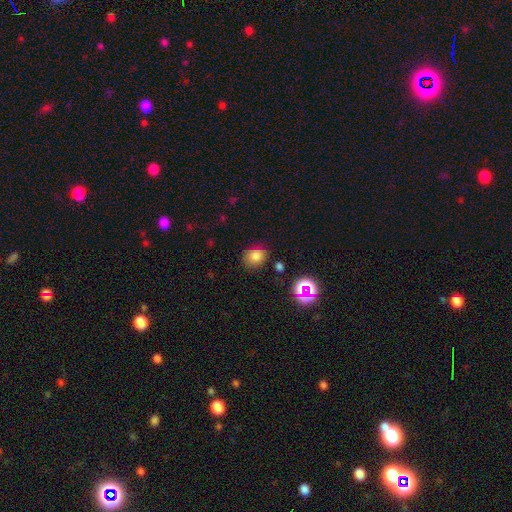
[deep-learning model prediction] A smooth galaxy with no disk features (77%) that is round (64%).

Vote fractions:
- Smooth or featured? smooth: 77% / star or artifact: 16% / featured or disk: 7%
- How rounded? round: 64% / in between: 35% / cigar-shaped: 1%
- Merging? none: 76% / minor disturbance: 17% / major disturbance: 4% / merger: 3%